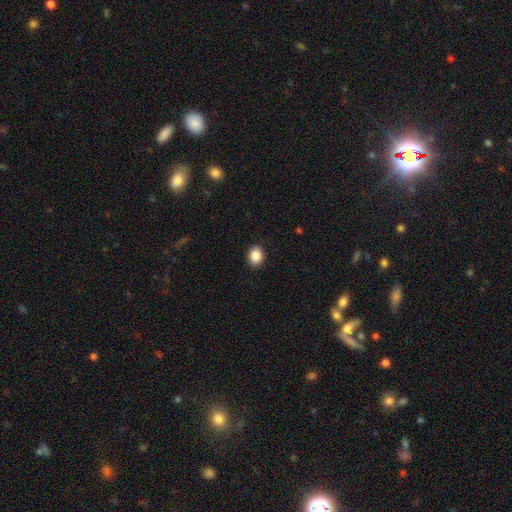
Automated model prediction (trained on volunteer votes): smooth 88%, star or artifact 8%, featured or disk 4%. Down the decision tree: how rounded — in between (55%); merging — none (91%).